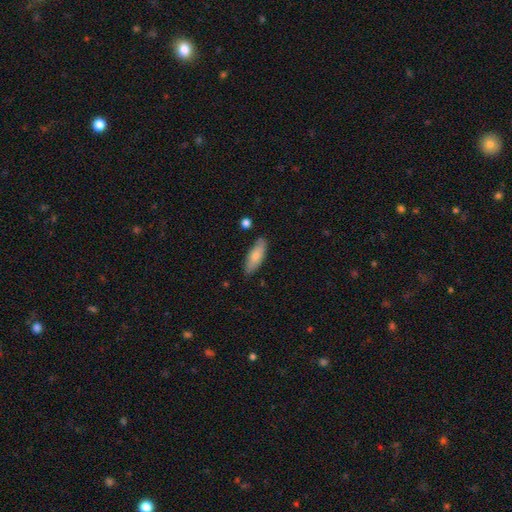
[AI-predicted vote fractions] Smooth or featured? Predicted: smooth (p=0.76). How rounded? Predicted: in between (p=0.64). Merging? Predicted: none (p=0.79).